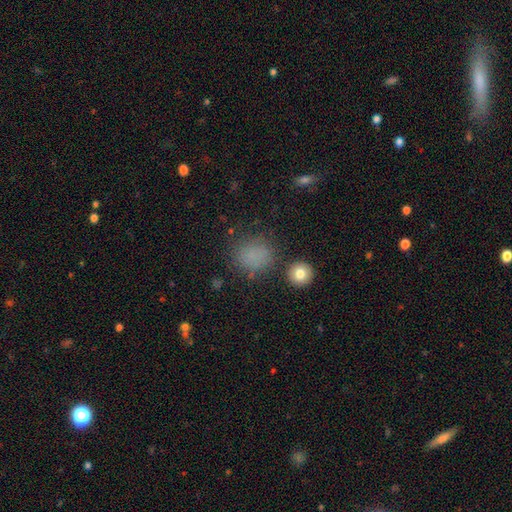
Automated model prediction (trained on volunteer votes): Smooth or featured: smooth — 78% (star or artifact — 16%)
How rounded: round — 78% (in between — 21%)
Merging: none — 75% (minor disturbance — 14%)